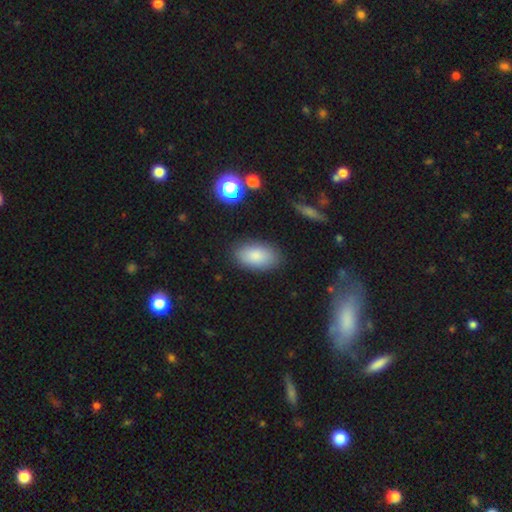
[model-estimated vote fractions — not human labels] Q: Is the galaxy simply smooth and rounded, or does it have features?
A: smooth — 85%.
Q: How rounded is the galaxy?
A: in between — 94%.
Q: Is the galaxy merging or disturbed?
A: none — 85%.